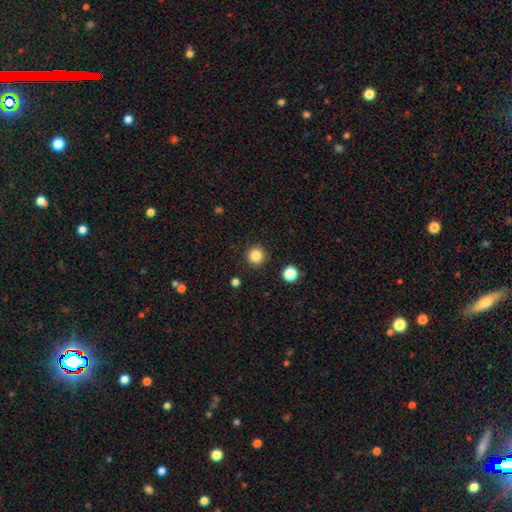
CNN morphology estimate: smooth_or_featured: smooth (p=0.84) [alt: star or artifact p=0.11]
how_rounded: round (p=0.95) [alt: in between p=0.04]
merging: none (p=0.92) [alt: minor disturbance p=0.05]